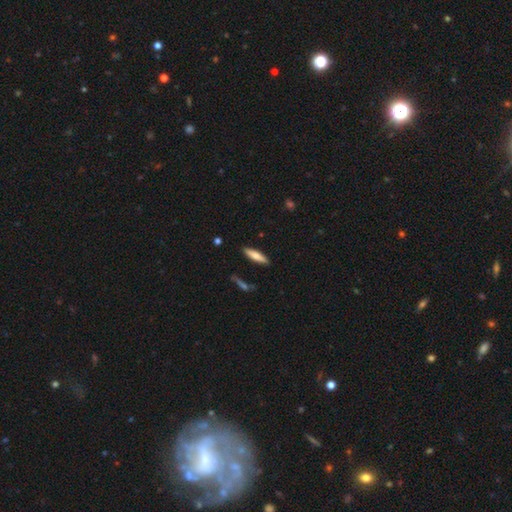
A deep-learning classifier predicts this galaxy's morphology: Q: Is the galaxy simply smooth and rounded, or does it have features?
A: smooth — 66%.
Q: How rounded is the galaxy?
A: cigar-shaped — 72%.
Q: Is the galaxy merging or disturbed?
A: none — 87%.